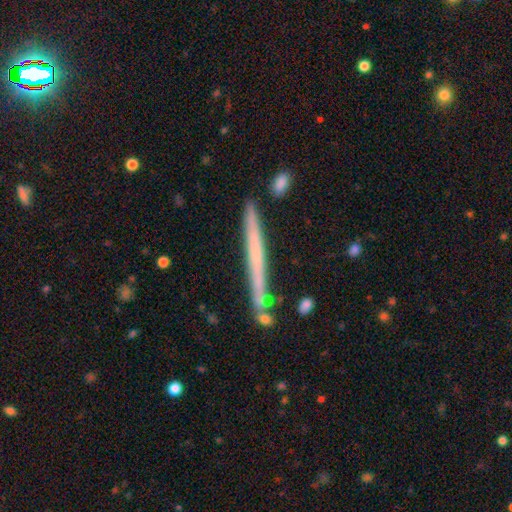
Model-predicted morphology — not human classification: Smooth or featured?
  - featured or disk: 48% *
  - smooth: 45%
  - star or artifact: 7%
Merging?
  - none: 84% *
  - minor disturbance: 10%
  - merger: 4%
  - major disturbance: 2%